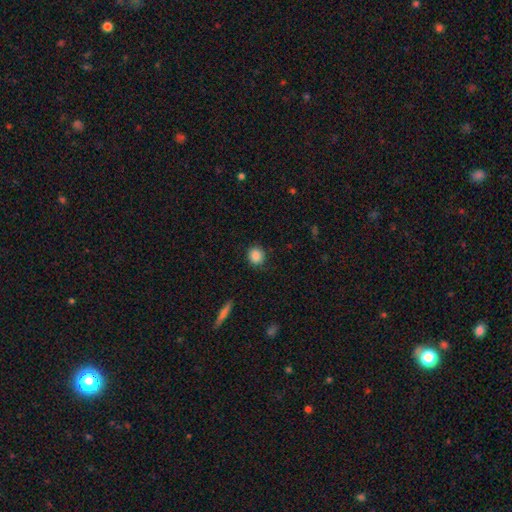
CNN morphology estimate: smooth_or_featured: smooth (p=0.86) [alt: star or artifact p=0.09]
how_rounded: round (p=0.85) [alt: in between p=0.14]
merging: none (p=0.85) [alt: minor disturbance p=0.11]